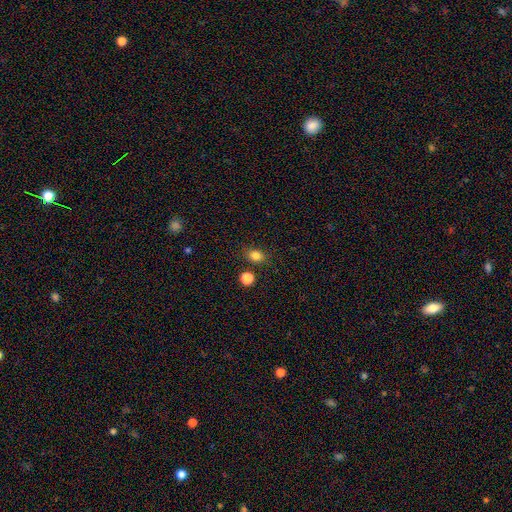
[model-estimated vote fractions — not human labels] smooth-or-featured: smooth: 83% | star or artifact: 13% | featured or disk: 5%
  how-rounded: round: 51% | in between: 48% | cigar-shaped: 1%
  merging: none: 80% | minor disturbance: 11% | merger: 6% | major disturbance: 3%